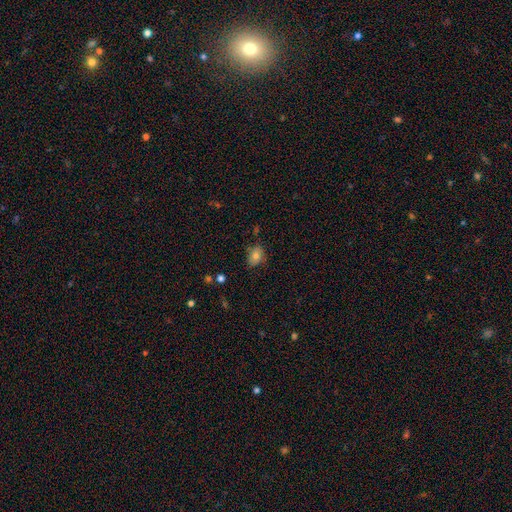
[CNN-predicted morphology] smooth-or-featured: smooth: 75% | featured or disk: 15% | star or artifact: 11%
  how-rounded: in between: 66% | round: 33% | cigar-shaped: 1%
  merging: none: 74% | minor disturbance: 20% | major disturbance: 4% | merger: 2%